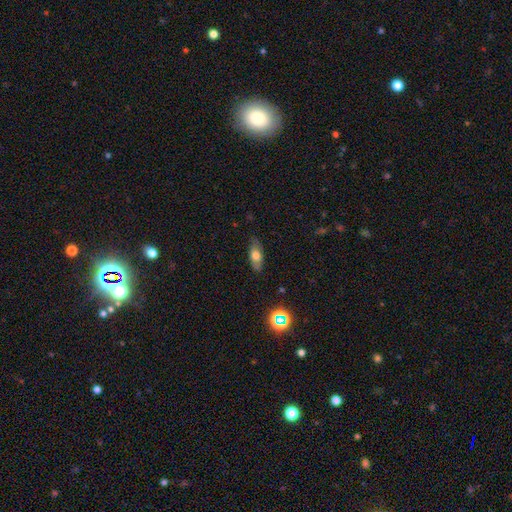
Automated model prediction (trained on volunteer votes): smooth-or-featured: smooth: 66% | featured or disk: 24% | star or artifact: 9%
  how-rounded: in between: 78% | cigar-shaped: 17% | round: 5%
  merging: none: 81% | minor disturbance: 15% | major disturbance: 3% | merger: 1%